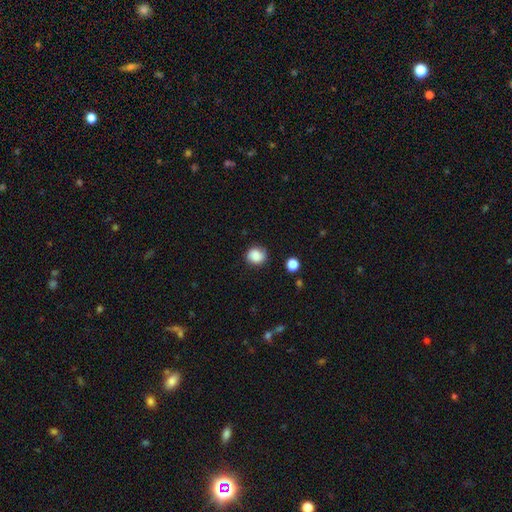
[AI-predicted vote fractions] smooth 79%, featured or disk 11%, star or artifact 10%. Down the decision tree: how rounded — round (81%); merging — none (78%).